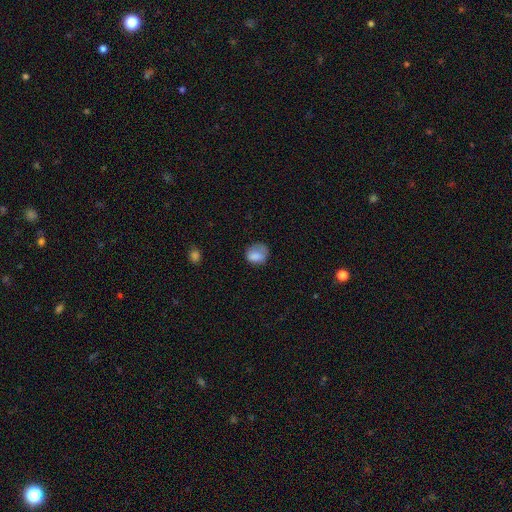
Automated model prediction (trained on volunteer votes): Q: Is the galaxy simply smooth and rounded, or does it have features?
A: smooth — 78%.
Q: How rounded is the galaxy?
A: round — 54%.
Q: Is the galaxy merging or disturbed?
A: none — 50%.